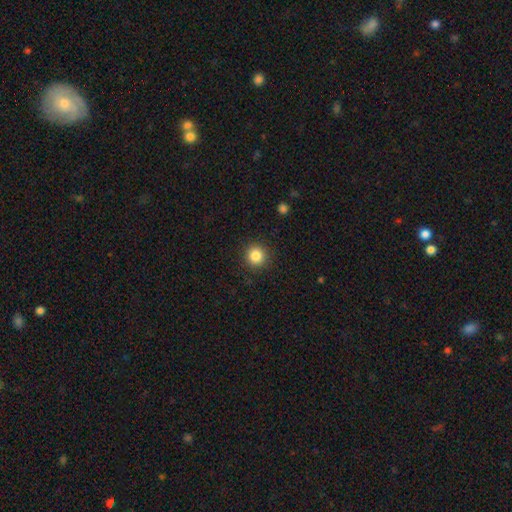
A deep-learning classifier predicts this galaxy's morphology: smooth-or-featured: smooth: 85% | star or artifact: 11% | featured or disk: 5%
  how-rounded: round: 94% | in between: 5% | cigar-shaped: 1%
  merging: none: 91% | minor disturbance: 6% | major disturbance: 2% | merger: 1%